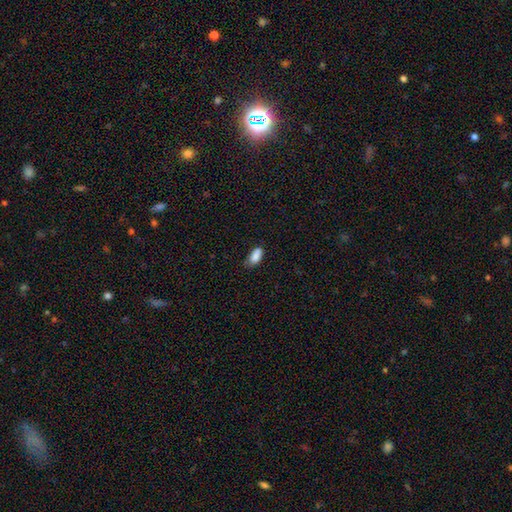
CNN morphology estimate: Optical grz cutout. It shows a smooth galaxy with no disk features (85%) that is in between round and cigar-shaped (91%). Merging: none (59%).